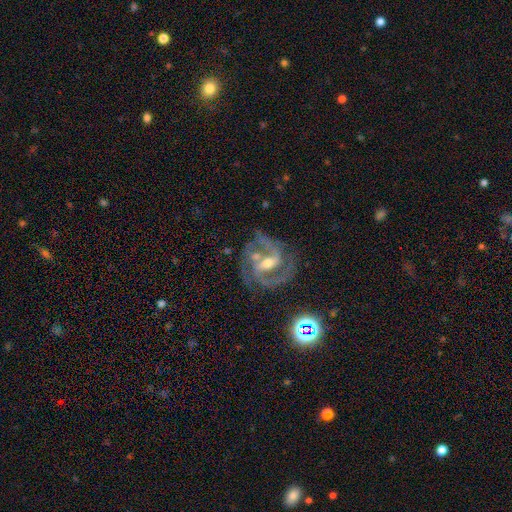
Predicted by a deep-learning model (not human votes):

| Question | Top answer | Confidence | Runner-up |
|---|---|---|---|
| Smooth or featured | featured or disk | 90% | star or artifact (7%) |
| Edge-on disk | no | 97% | yes (3%) |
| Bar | strong | 51% | weak (37%) |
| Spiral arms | yes | 98% | no (2%) |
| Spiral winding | medium | 59% | tight (30%) |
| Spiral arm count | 2 | 74% | 3 (15%) |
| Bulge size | moderate | 52% | small (43%) |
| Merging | none | 68% | minor disturbance (17%) |